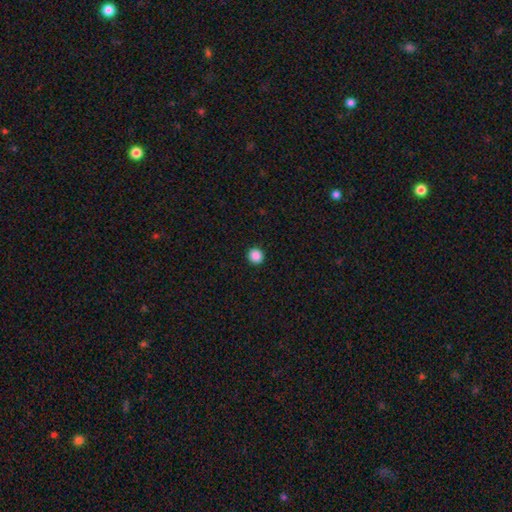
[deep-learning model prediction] smooth-or-featured: smooth: 88% | star or artifact: 10% | featured or disk: 2%
  how-rounded: round: 92% | in between: 7% | cigar-shaped: 1%
  merging: none: 94% | minor disturbance: 4% | major disturbance: 1% | merger: 1%